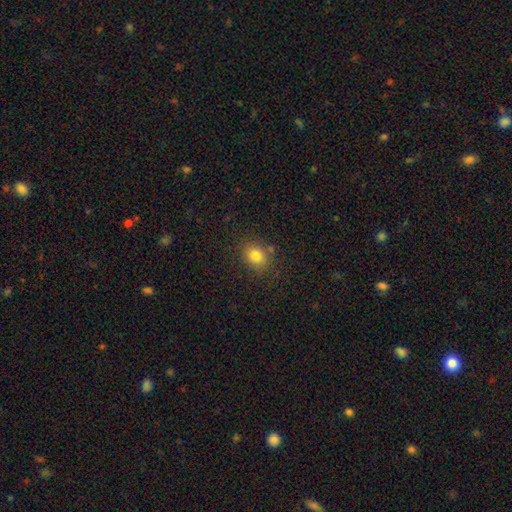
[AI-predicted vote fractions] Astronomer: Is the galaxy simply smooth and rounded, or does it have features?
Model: smooth — 80%.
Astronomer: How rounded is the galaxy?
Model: round — 59% (runner-up: in between, 40%).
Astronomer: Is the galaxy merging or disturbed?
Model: none — 80%.